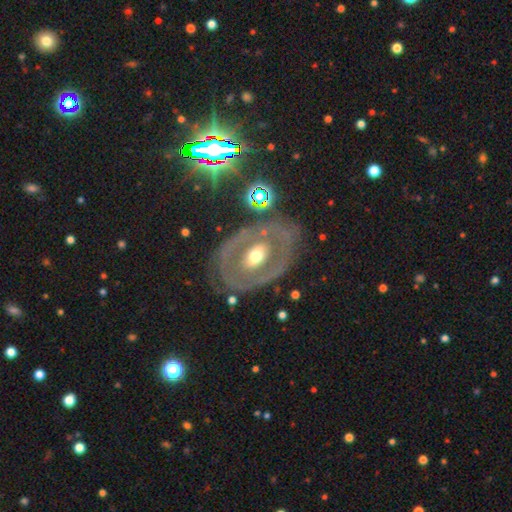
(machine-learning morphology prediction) Overall: featured or disk (70%). Edge-on disk: no (94%). Bar: no (64%). Spiral arms: no (69%; yes 31%). Bulge size: moderate (68%). Merging: none (68%).